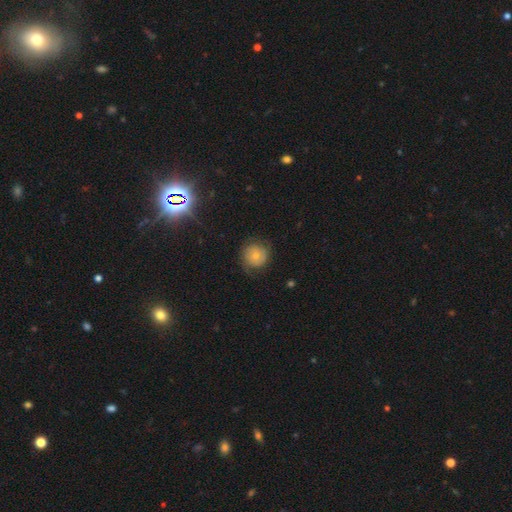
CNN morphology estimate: Smooth or featured? smooth (57%)
How rounded? round (89%)
Merging? none (67%)